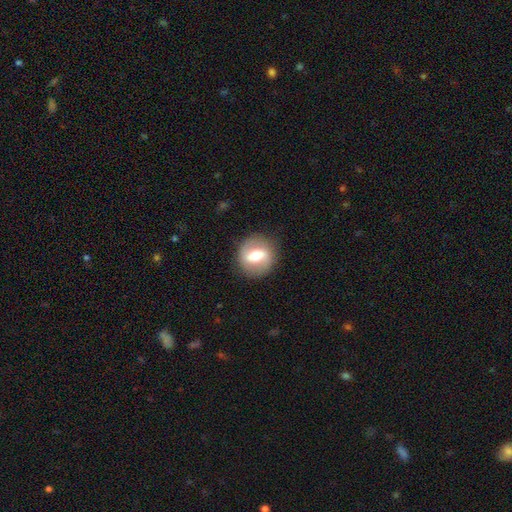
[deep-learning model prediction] Morphology: type=featured or disk (55%); edge-on=no (92%); bar=strong (47%); spiral arms=yes (51%); bulge=moderate (66%); merging=none (85%).